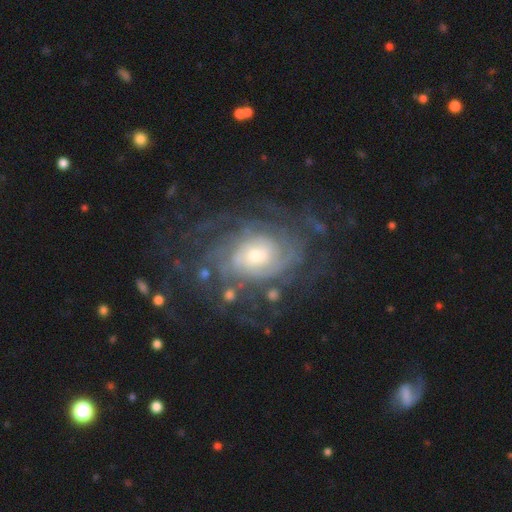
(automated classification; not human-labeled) Smooth or featured: featured or disk — 84% (smooth — 9%)
Edge-on disk: no — 96% (yes — 4%)
Bar: no — 70% (weak — 24%)
Spiral arms: yes — 93% (no — 7%)
Spiral winding: tight — 69% (medium — 23%)
Spiral arm count: can't tell — 47% (2 — 13%)
Bulge size: moderate — 50% (small — 36%)
Merging: none — 73% (minor disturbance — 15%)